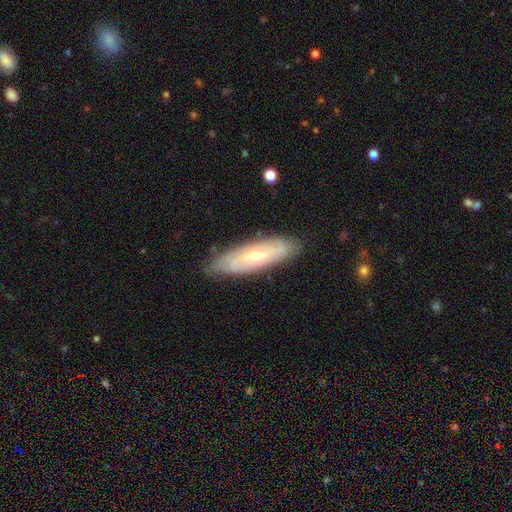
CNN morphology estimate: Smooth or featured?
  - featured or disk: 65% *
  - smooth: 29%
  - star or artifact: 6%
Edge-on disk?
  - no: 74% *
  - yes: 26%
Merging?
  - none: 82% *
  - minor disturbance: 14%
  - major disturbance: 3%
  - merger: 1%